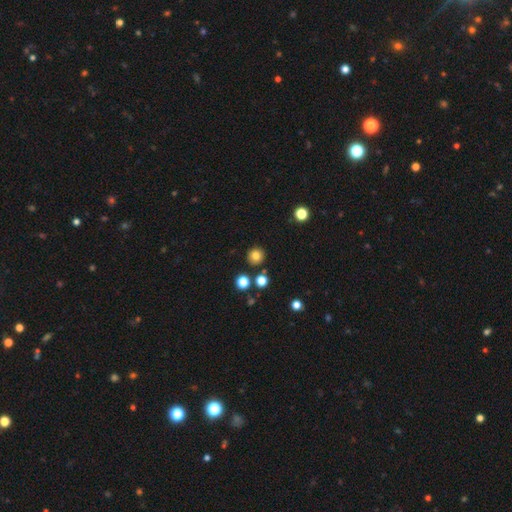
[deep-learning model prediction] Smooth or featured?
  - smooth: 80% *
  - star or artifact: 13%
  - featured or disk: 7%
How rounded?
  - round: 93% *
  - in between: 6%
  - cigar-shaped: 1%
Merging?
  - none: 88% *
  - minor disturbance: 6%
  - merger: 3%
  - major disturbance: 2%